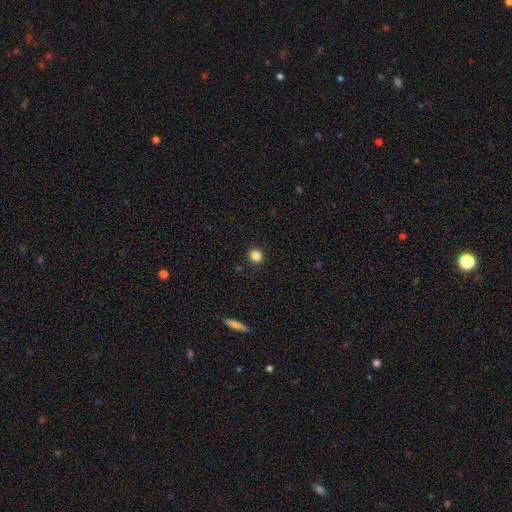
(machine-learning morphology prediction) This appears to be a smooth galaxy with no disk features (84%) that is round (86%). Merging: none (91%).